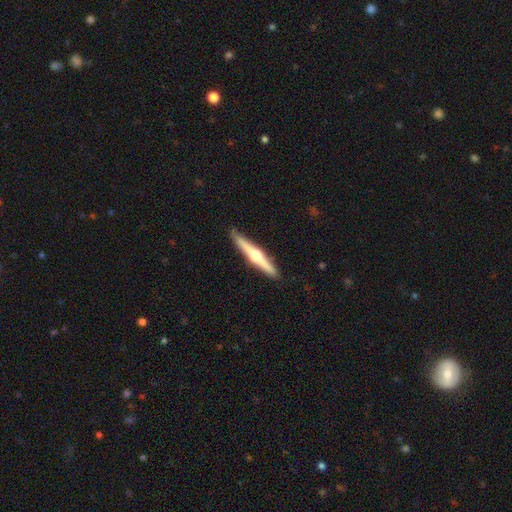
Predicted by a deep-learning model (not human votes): This is likely a featured or disk galaxy (71%). It is clearly viewed edge-on (98%). Edge-on bulge: clearly rounded (94%). Merging: clearly none (90%).